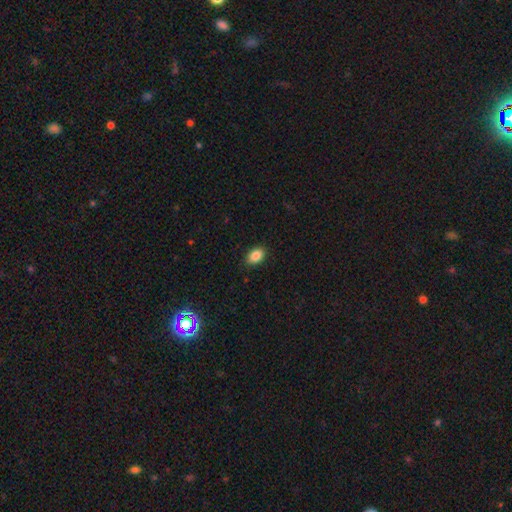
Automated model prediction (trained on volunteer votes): Smooth or featured: smooth — 87% (star or artifact — 8%)
How rounded: in between — 88% (round — 10%)
Merging: none — 88% (minor disturbance — 9%)